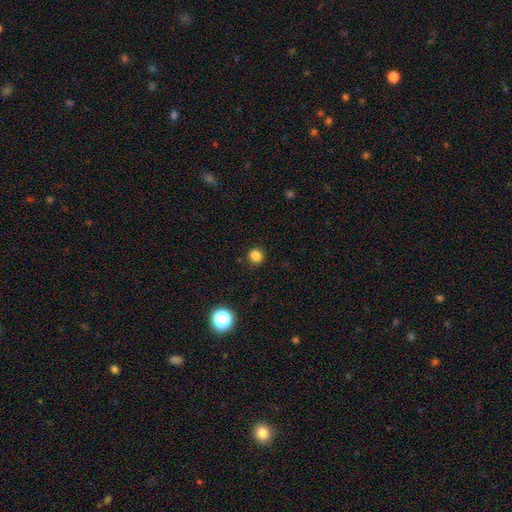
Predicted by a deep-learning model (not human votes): Overall: smooth (83%). How rounded: round (84%). Merging: none (90%).